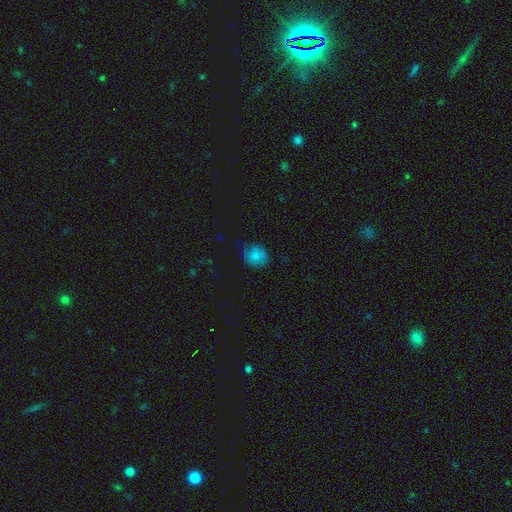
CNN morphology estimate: The model was most divided on "merging": none: 72%, minor disturbance: 22%, major disturbance: 5%, merger: 1%. More confident: smooth or featured — smooth (80%); how rounded — round (78%).